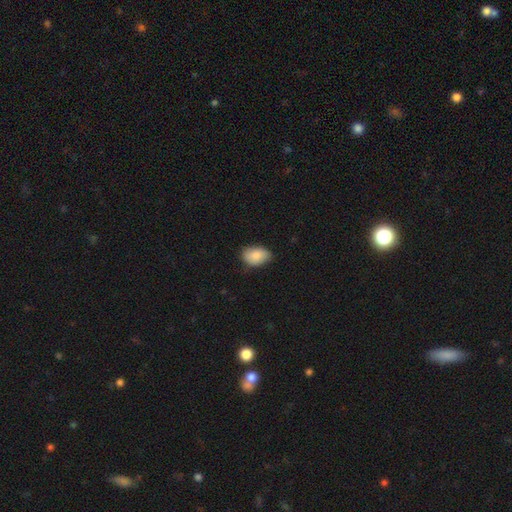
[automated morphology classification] smooth 86%, featured or disk 7%, star or artifact 6%. Down the decision tree: how rounded — in between (89%); merging — none (77%).